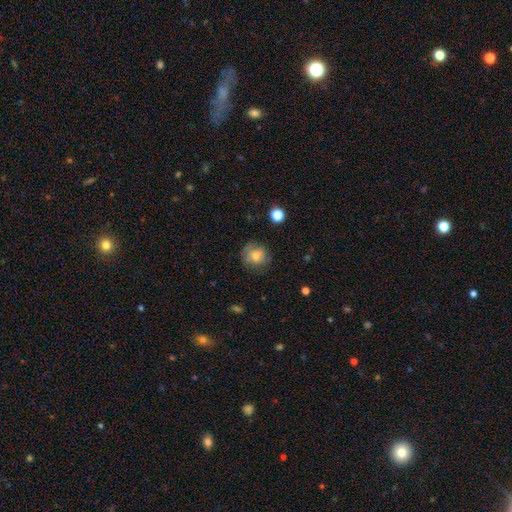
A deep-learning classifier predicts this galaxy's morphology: Overall: smooth (67%). How rounded: round (81%). Merging: none (65%).